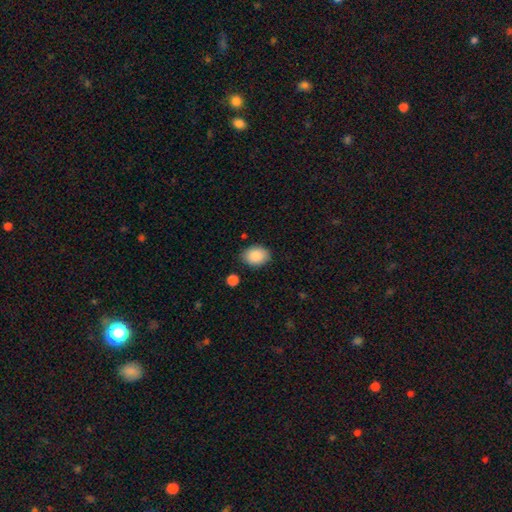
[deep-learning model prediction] A smooth galaxy with no disk features (88%) that is in between round and cigar-shaped (73%). Merging: none (83%).